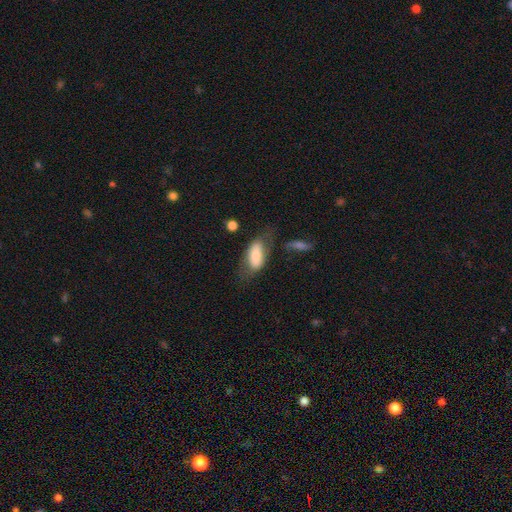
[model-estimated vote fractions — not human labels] This appears to be a smooth galaxy with no disk features (66%) that is in between round and cigar-shaped (85%). Merging: none (49%).